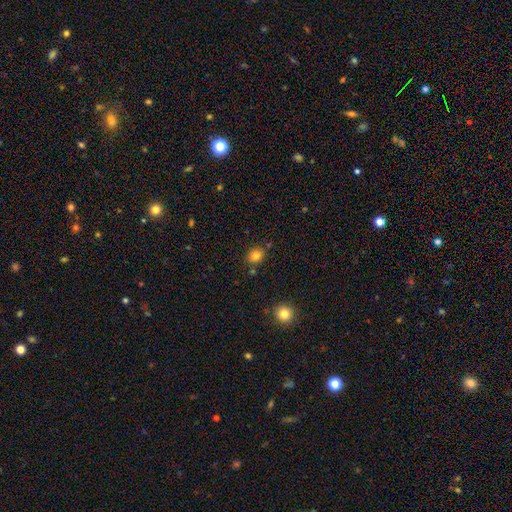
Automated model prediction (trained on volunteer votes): Morphology: type=smooth (80%); roundness=round (60%); merging=none (81%).